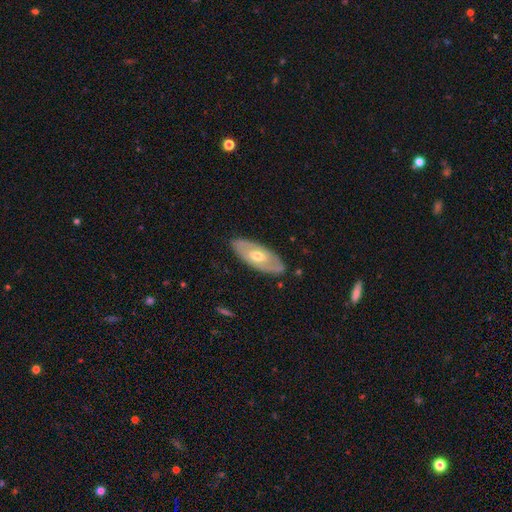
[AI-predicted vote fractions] The model was most divided on "smooth or featured": featured or disk: 60%, smooth: 34%, star or artifact: 5%. More confident: merging — none (85%); edge-on disk — no (81%).